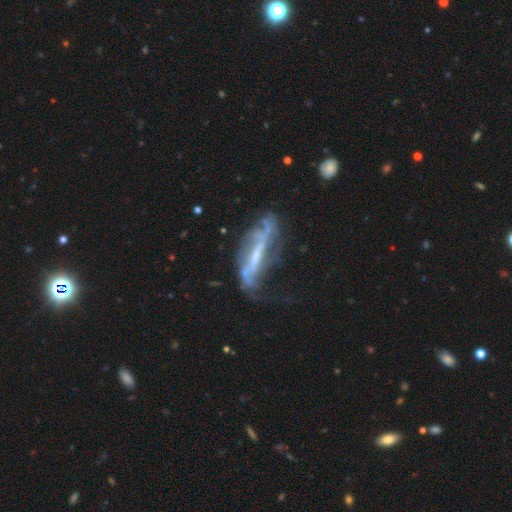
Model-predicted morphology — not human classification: Smooth or featured: featured or disk — 78% (smooth — 14%)
Edge-on disk: no — 66% (yes — 34%)
Bar: strong — 50% (weak — 31%)
Spiral arms: yes — 78% (no — 22%)
Bulge size: small — 44% (moderate — 34%)
Merging: none — 44% (major disturbance — 26%)